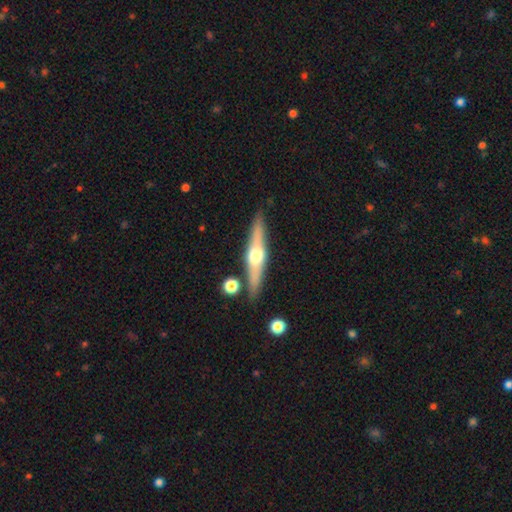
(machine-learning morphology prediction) A featured or disk galaxy (68%) viewed edge-on (96%) with a rounded central bulge (94%).

Vote fractions:
- Smooth or featured? featured or disk: 68% / smooth: 26% / star or artifact: 6%
- Edge-on disk? yes: 96% / no: 4%
- Edge-on bulge? rounded: 94% / boxy: 3% / none: 3%
- Merging? none: 86% / minor disturbance: 8% / merger: 4% / major disturbance: 2%